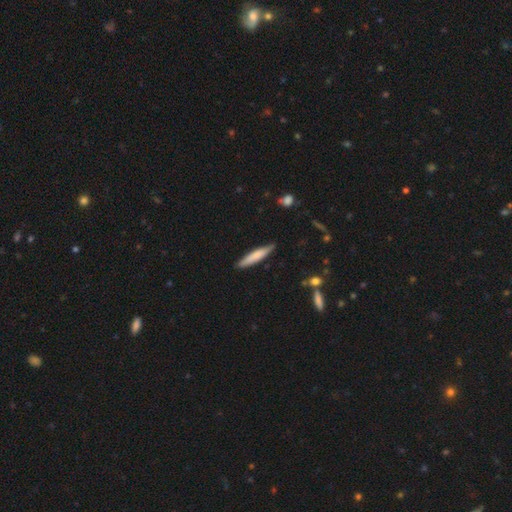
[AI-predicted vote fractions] Smooth or featured?
  - smooth: 71% *
  - featured or disk: 23%
  - star or artifact: 5%
How rounded?
  - cigar-shaped: 90% *
  - in between: 9%
  - round: 1%
Merging?
  - none: 84% *
  - minor disturbance: 12%
  - major disturbance: 2%
  - merger: 1%